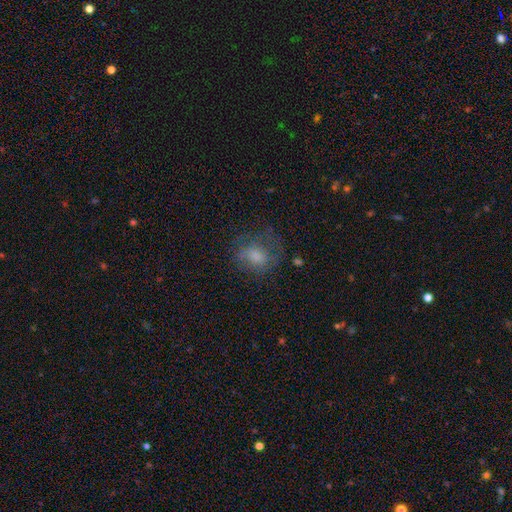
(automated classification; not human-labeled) Smooth or featured: smooth — 54% (featured or disk — 29%)
How rounded: round — 54% (in between — 45%)
Merging: none — 58% (minor disturbance — 22%)